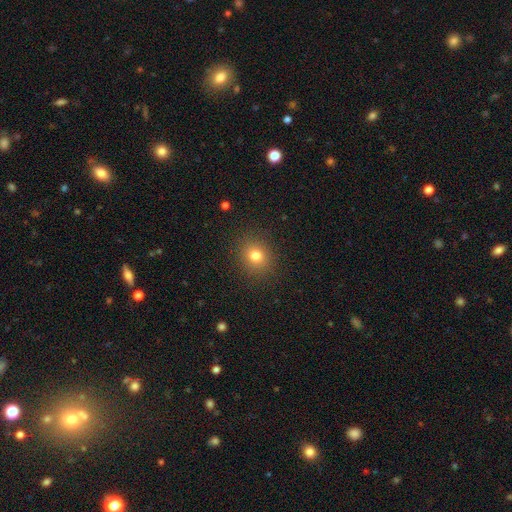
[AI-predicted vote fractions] Morphology: type=smooth (78%); roundness=round (74%); merging=none (89%).